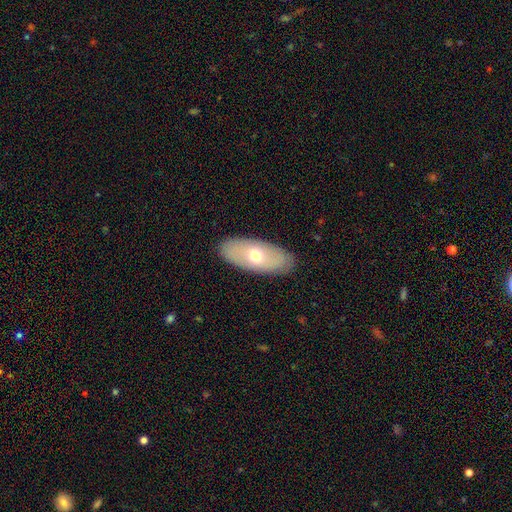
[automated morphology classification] This appears to be a smooth galaxy with no disk features (58%) that is in between round and cigar-shaped (89%). Merging: none (86%).